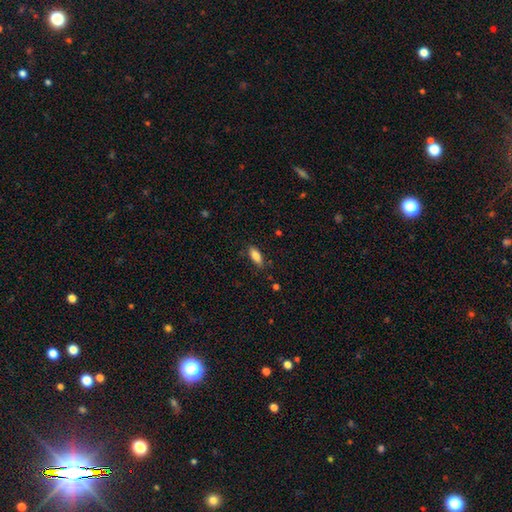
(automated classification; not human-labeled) smooth 82%, featured or disk 11%, star or artifact 7%. Down the decision tree: how rounded — in between (75%); merging — none (83%).